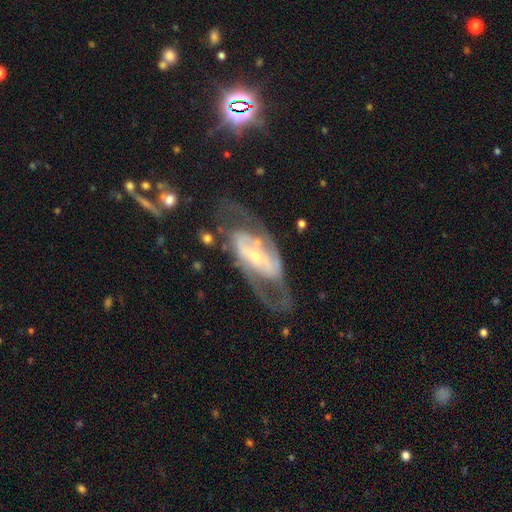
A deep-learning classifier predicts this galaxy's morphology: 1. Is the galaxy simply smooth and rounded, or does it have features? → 83% featured or disk, 11% smooth, 6% star or artifact.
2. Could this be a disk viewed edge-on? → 92% no, 8% yes.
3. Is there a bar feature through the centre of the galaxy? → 35% strong, 33% weak, 32% no.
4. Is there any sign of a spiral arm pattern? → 80% yes, 20% no.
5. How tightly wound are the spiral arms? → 46% medium, 32% tight, 22% loose.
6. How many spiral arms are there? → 75% 2, 16% can't tell, 3% 1, 3% 3, 1% 4, 1% more than 4.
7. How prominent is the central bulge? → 60% small, 33% moderate, 4% large, 2% none, 1% dominant.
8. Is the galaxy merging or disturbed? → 61% none, 19% major disturbance, 17% minor disturbance, 3% merger.